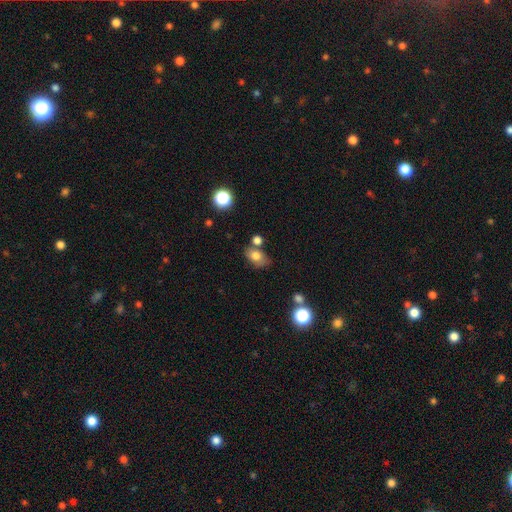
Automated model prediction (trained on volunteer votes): Smooth or featured? smooth (74%)
How rounded? in between (79%)
Merging? none (58%)